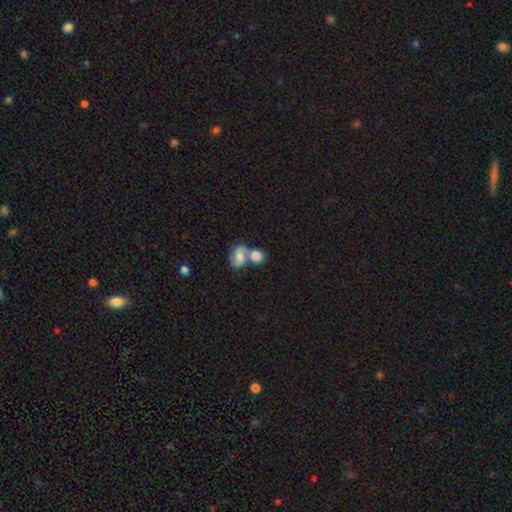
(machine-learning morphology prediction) This is likely a smooth galaxy (70%). How rounded: likely round (61%). Merging: likely merger (61%).